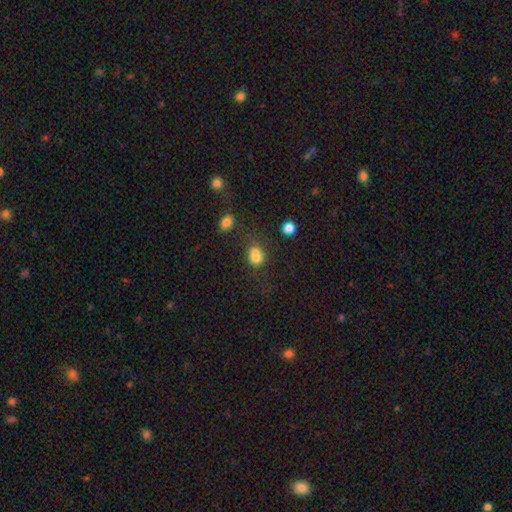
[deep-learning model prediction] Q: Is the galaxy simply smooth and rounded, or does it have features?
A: smooth — 78%.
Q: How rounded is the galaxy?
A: in between — 61%.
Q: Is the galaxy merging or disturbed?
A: none — 44%.